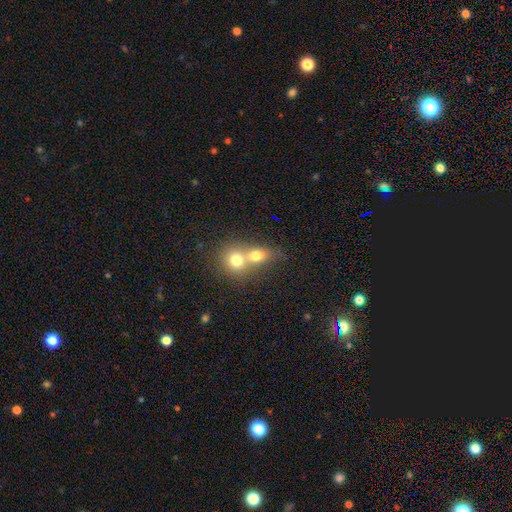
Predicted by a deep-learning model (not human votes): Smooth or featured: smooth — 72% (featured or disk — 16%)
How rounded: round — 65% (in between — 33%)
Merging: merger — 68% (none — 25%)